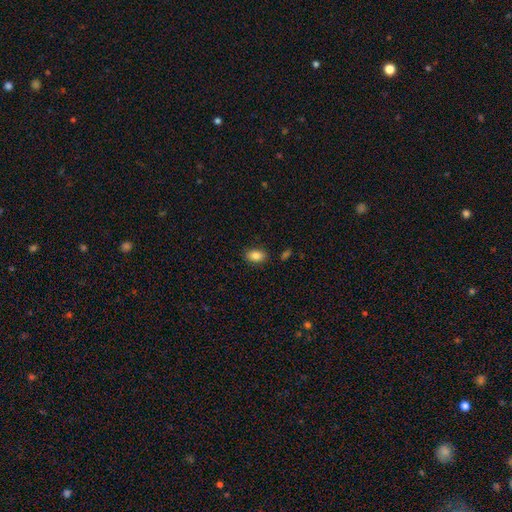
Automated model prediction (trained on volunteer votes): Morphology: type=smooth (85%); roundness=in between (87%); merging=none (86%).